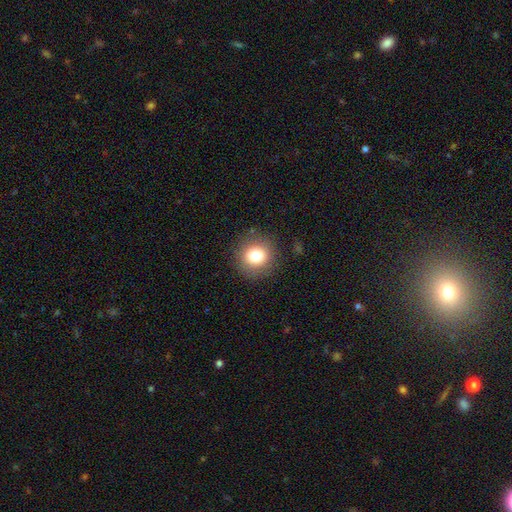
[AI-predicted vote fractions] A smooth galaxy with no disk features (79%) that is round (90%). Merging: none (87%).